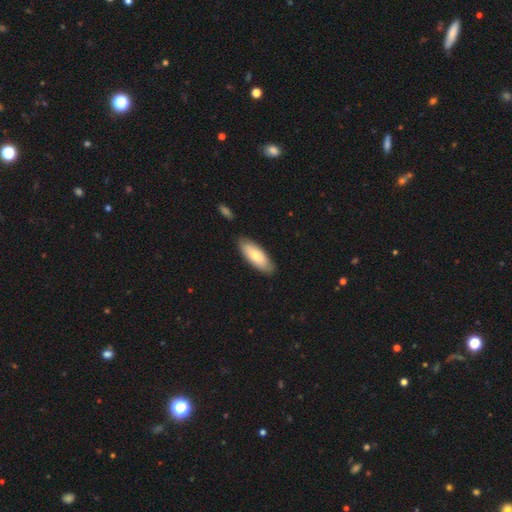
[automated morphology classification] Smooth or featured?
  - smooth: 71% *
  - featured or disk: 23%
  - star or artifact: 5%
How rounded?
  - in between: 73% *
  - cigar-shaped: 25%
  - round: 2%
Merging?
  - none: 84% *
  - minor disturbance: 12%
  - major disturbance: 2%
  - merger: 2%